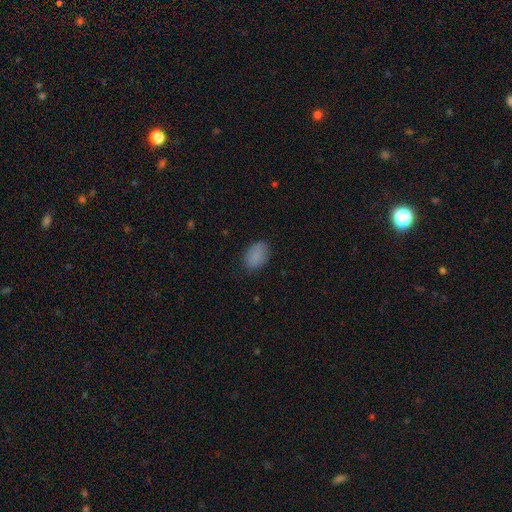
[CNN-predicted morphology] Smooth or featured? Predicted: smooth (p=0.86). How rounded? Predicted: in between (p=0.83). Merging? Predicted: none (p=0.80).